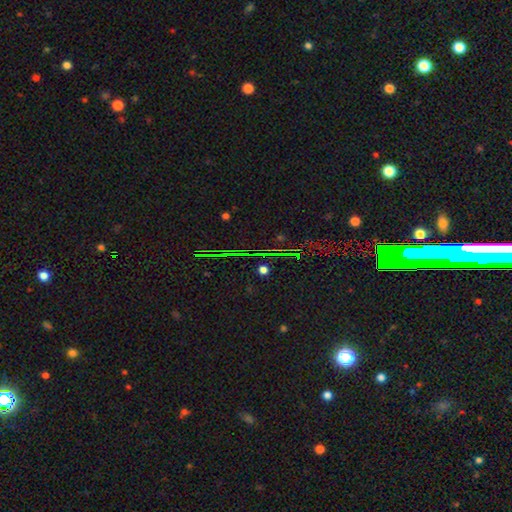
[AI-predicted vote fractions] Smooth or featured?
  - star or artifact: 74% *
  - featured or disk: 14%
  - smooth: 12%